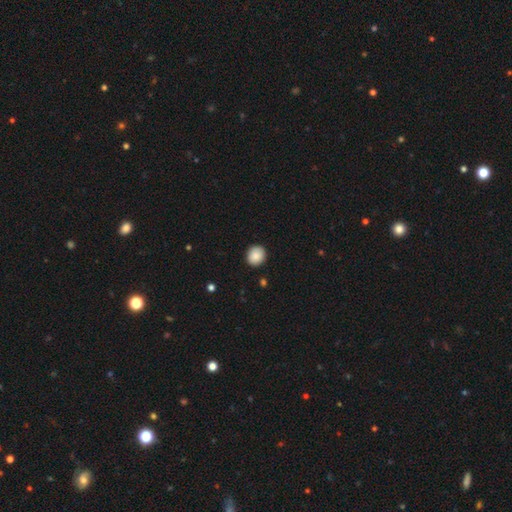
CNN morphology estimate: smooth 89%, star or artifact 8%, featured or disk 4%. Down the decision tree: how rounded — round (75%); merging — none (91%).